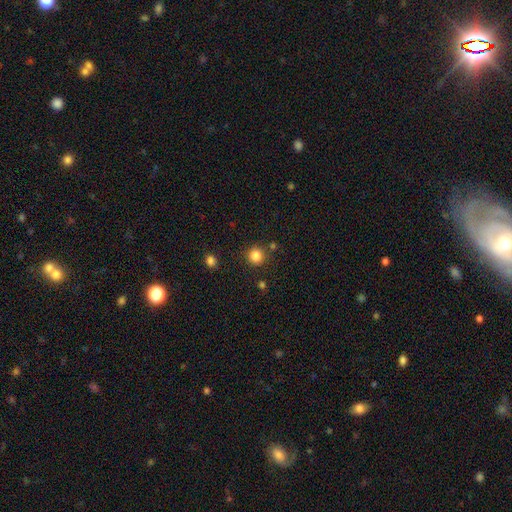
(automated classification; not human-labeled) Smooth or featured?
  - smooth: 84% *
  - star or artifact: 12%
  - featured or disk: 4%
How rounded?
  - round: 92% *
  - in between: 7%
  - cigar-shaped: 1%
Merging?
  - none: 85% *
  - minor disturbance: 7%
  - merger: 5%
  - major disturbance: 3%